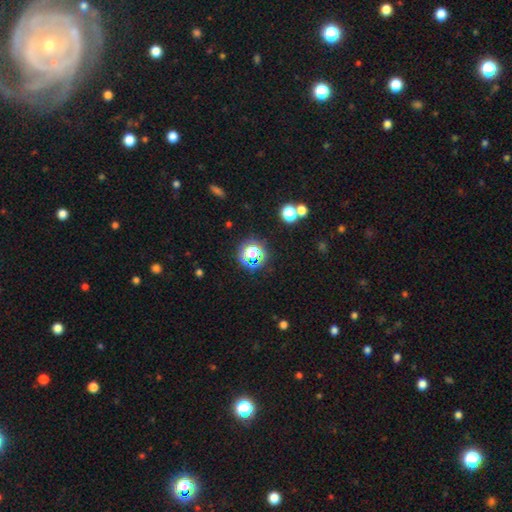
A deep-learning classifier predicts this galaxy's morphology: Smooth or featured? Predicted: star or artifact (p=0.56).